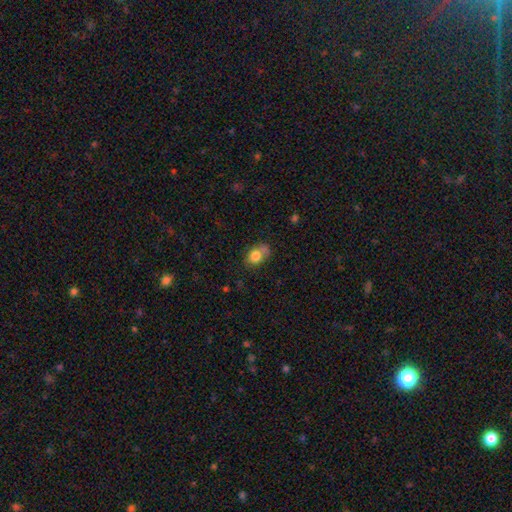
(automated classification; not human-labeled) smooth 79%, featured or disk 12%, star or artifact 10%. Down the decision tree: how rounded — in between (53%); merging — none (49%).